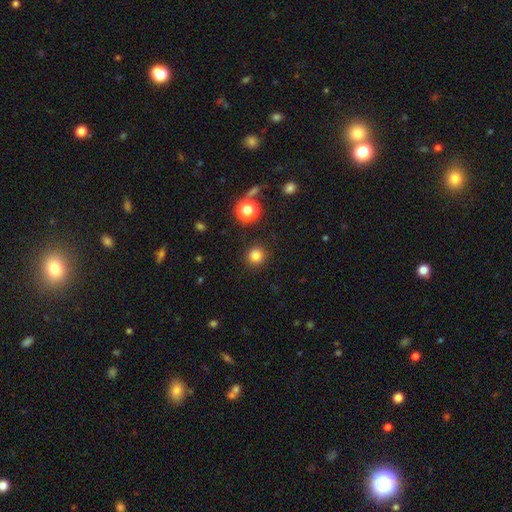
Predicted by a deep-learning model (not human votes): The model was most divided on "smooth or featured": smooth: 81%, star or artifact: 15%, featured or disk: 5%. More confident: how rounded — round (94%); merging — none (89%).